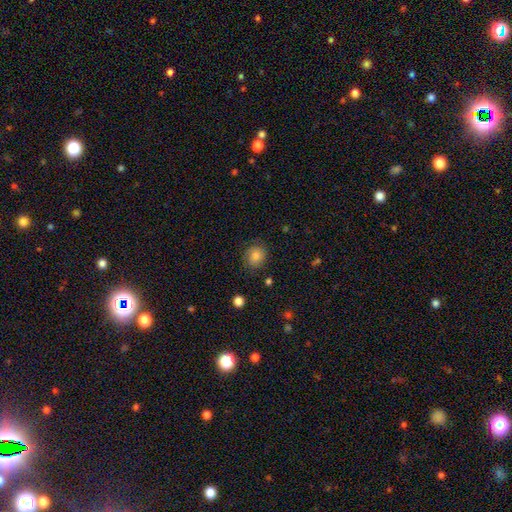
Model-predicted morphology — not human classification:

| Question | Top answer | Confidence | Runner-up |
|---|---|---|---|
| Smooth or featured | smooth | 82% | star or artifact (10%) |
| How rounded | round | 73% | in between (26%) |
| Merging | none | 81% | minor disturbance (14%) |